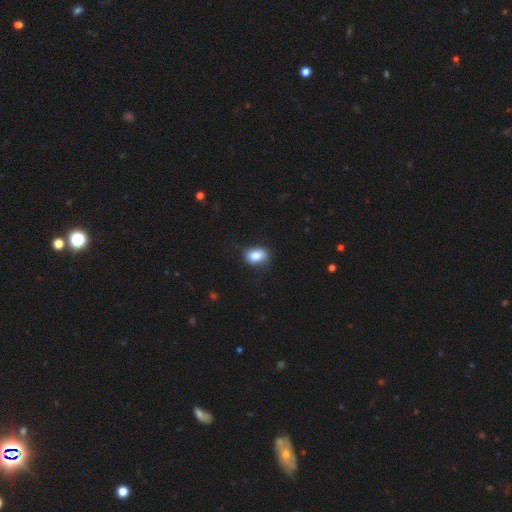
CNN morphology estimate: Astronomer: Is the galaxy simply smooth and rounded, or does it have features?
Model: smooth — 84%.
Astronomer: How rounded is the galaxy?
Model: in between — 79%.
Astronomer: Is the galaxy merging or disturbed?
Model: none — 77%.